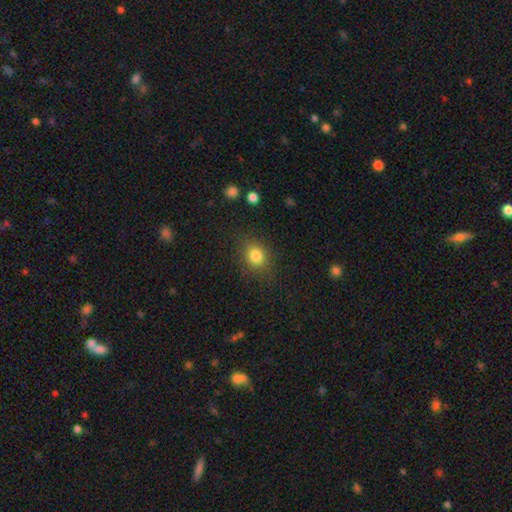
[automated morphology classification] A smooth galaxy with no disk features (82%) that is round (56%).

Vote fractions:
- Smooth or featured? smooth: 82% / star or artifact: 11% / featured or disk: 7%
- How rounded? round: 56% / in between: 43% / cigar-shaped: 1%
- Merging? none: 81% / minor disturbance: 13% / major disturbance: 5% / merger: 2%